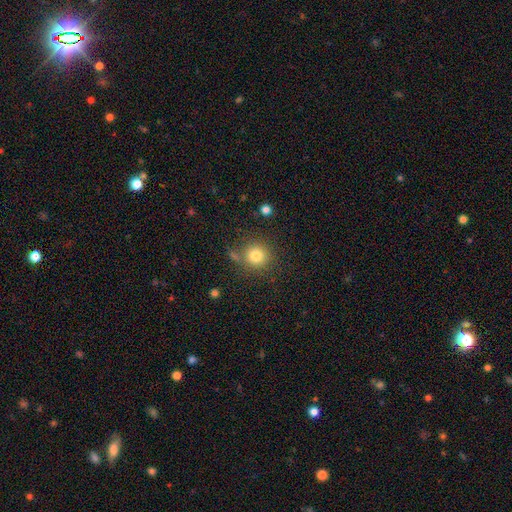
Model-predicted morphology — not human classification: smooth 81%, star or artifact 12%, featured or disk 7%. Down the decision tree: how rounded — round (90%); merging — none (76%).